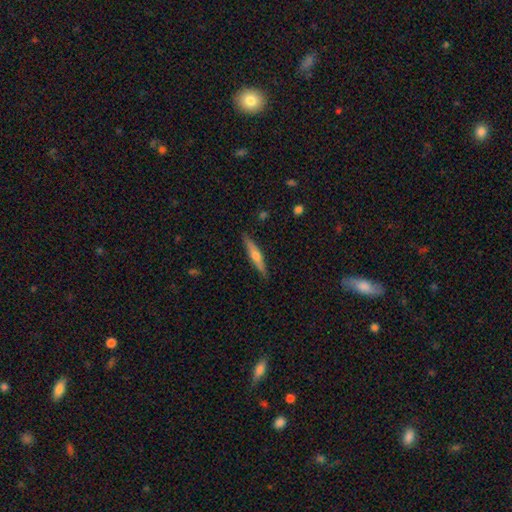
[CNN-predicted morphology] Q: Smooth or featured?
A: featured or disk (51%); runner-up: smooth (43%)
Q: Edge-on disk?
A: yes (95%); runner-up: no (5%)
Q: Merging?
A: none (89%); runner-up: minor disturbance (8%)